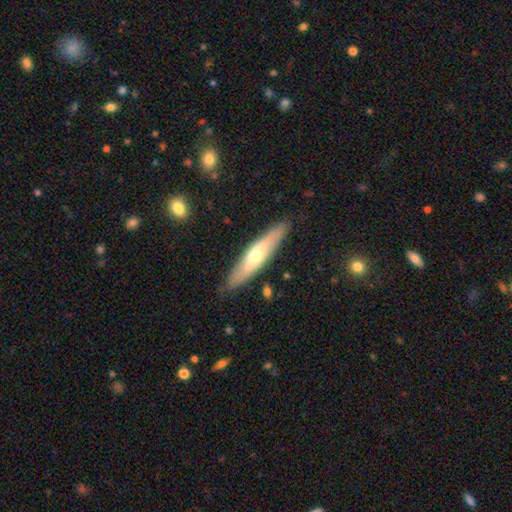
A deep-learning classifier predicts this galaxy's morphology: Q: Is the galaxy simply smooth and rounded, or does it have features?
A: featured or disk — 49%.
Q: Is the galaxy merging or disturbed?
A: none — 87%.